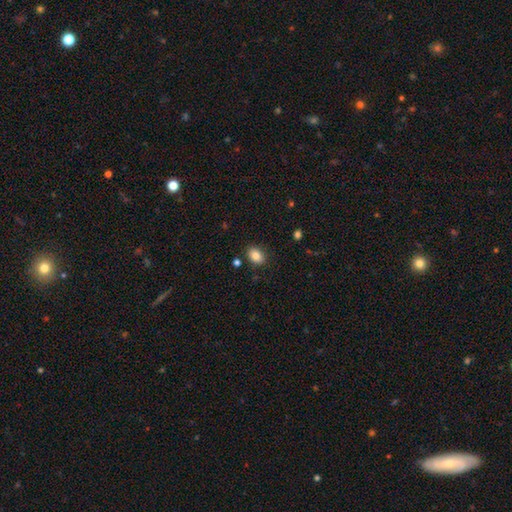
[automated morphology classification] Q: Smooth or featured?
A: smooth (83%); runner-up: star or artifact (9%)
Q: How rounded?
A: in between (74%); runner-up: round (25%)
Q: Merging?
A: none (86%); runner-up: minor disturbance (9%)